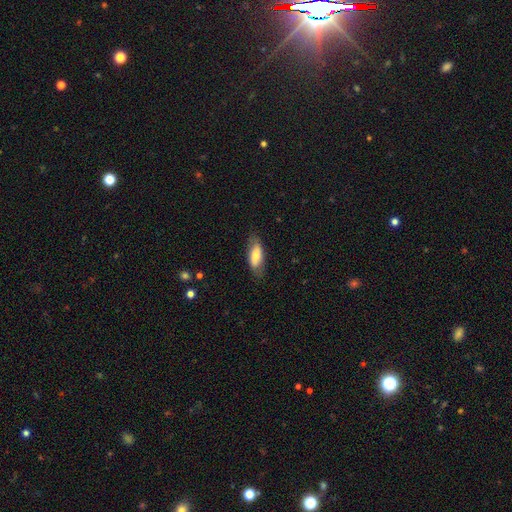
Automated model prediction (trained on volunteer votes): A smooth galaxy with no disk features (72%) that is in between round and cigar-shaped (73%).

Vote fractions:
- Smooth or featured? smooth: 72% / featured or disk: 22% / star or artifact: 6%
- How rounded? in between: 73% / cigar-shaped: 24% / round: 2%
- Merging? none: 77% / minor disturbance: 17% / major disturbance: 5% / merger: 1%